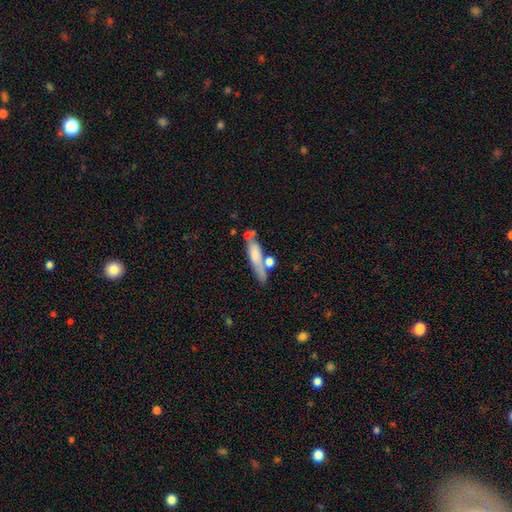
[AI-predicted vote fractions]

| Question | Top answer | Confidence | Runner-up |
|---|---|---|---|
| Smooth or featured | smooth | 63% | featured or disk (29%) |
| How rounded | cigar-shaped | 73% | in between (23%) |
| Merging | none | 51% | merger (22%) |